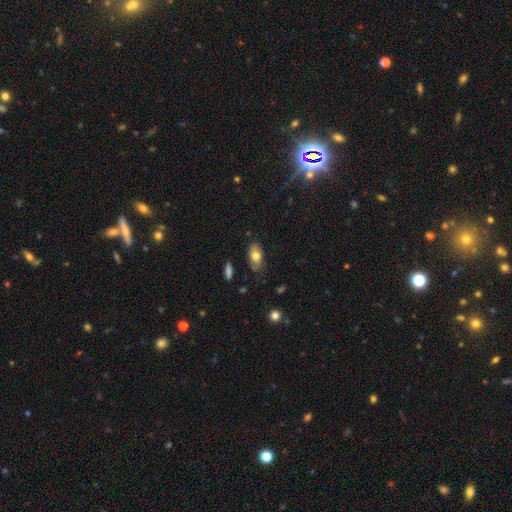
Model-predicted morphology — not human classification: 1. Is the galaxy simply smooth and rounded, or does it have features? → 72% smooth, 21% featured or disk, 7% star or artifact.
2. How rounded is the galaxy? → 90% in between, 6% cigar-shaped, 4% round.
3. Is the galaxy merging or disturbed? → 75% none, 20% minor disturbance, 4% major disturbance, 2% merger.